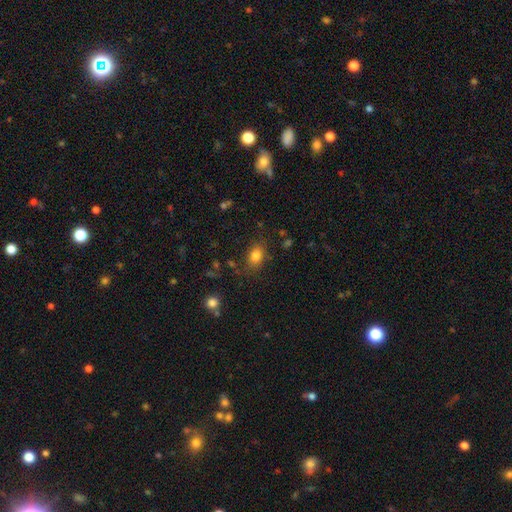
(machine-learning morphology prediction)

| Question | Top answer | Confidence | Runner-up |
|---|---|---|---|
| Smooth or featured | smooth | 81% | star or artifact (11%) |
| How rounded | in between | 76% | round (22%) |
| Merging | none | 79% | minor disturbance (14%) |